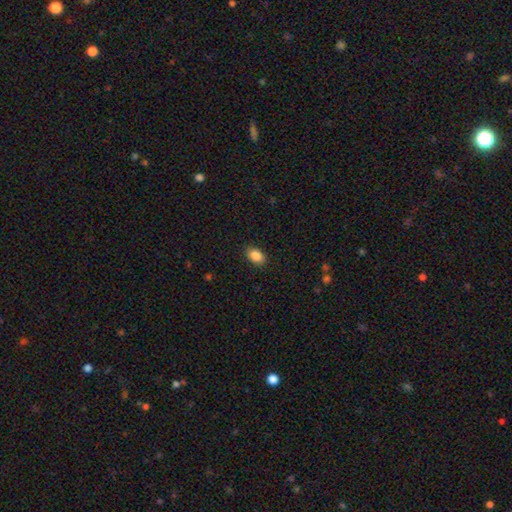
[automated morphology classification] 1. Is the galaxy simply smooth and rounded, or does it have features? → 88% smooth, 8% star or artifact, 4% featured or disk.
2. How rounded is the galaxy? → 83% in between, 16% round, 1% cigar-shaped.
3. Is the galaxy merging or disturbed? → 89% none, 8% minor disturbance, 2% major disturbance, 1% merger.